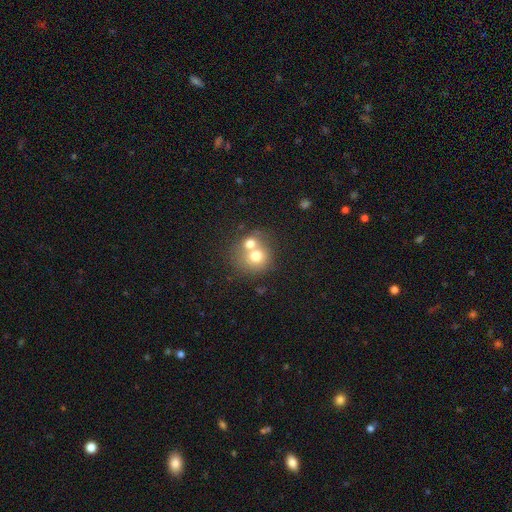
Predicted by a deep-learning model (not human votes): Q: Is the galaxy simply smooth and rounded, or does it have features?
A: smooth — 69%.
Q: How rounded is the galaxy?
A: round — 79%.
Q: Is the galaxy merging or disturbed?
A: merger — 59%.